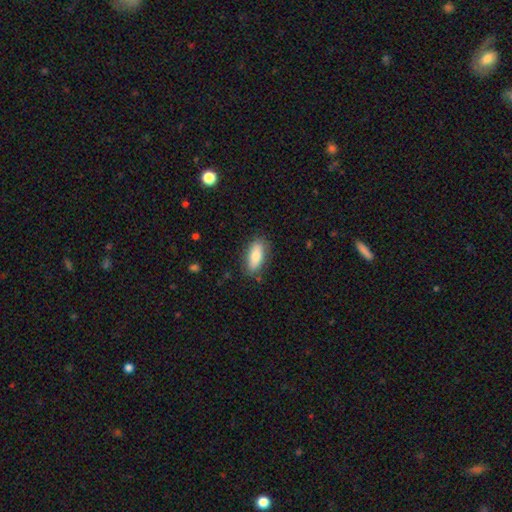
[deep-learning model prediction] Smooth or featured? smooth (76%)
How rounded? in between (81%)
Merging? none (81%)